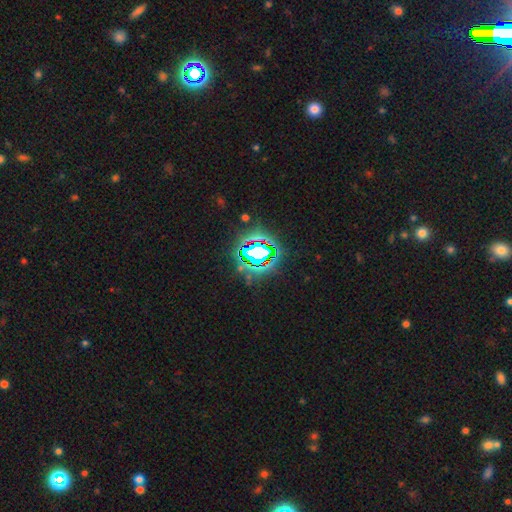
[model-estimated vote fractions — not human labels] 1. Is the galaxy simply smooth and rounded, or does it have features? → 73% star or artifact, 15% smooth, 12% featured or disk.